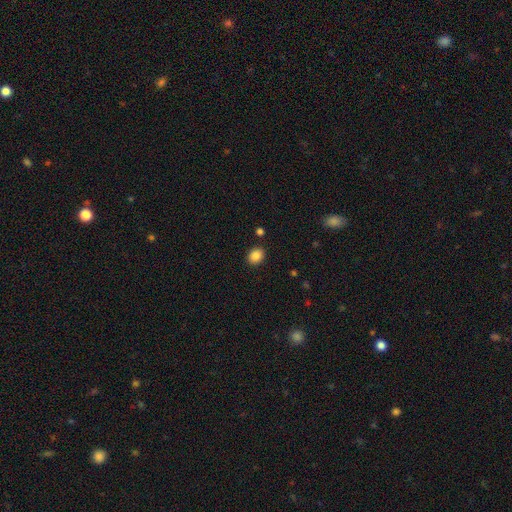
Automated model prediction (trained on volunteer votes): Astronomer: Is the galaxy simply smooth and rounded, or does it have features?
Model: smooth — 87%.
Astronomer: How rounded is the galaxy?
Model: in between — 50%, tied with round at 50%.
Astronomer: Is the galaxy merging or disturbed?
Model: none — 88%.